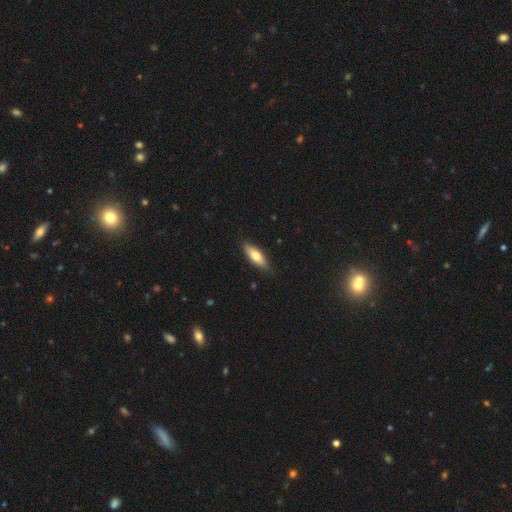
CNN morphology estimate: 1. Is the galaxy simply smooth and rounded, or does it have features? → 69% smooth, 25% featured or disk, 6% star or artifact.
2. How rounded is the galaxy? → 58% in between, 40% cigar-shaped, 2% round.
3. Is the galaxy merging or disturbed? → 84% none, 12% minor disturbance, 2% major disturbance, 1% merger.